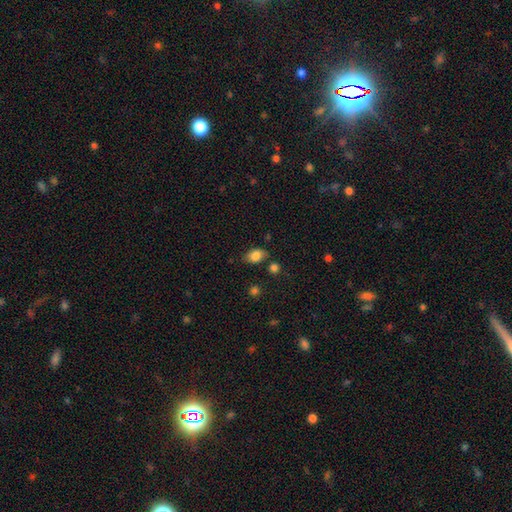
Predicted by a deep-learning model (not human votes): A smooth galaxy with no disk features (83%) that is in between round and cigar-shaped (77%). Merging: none (71%).